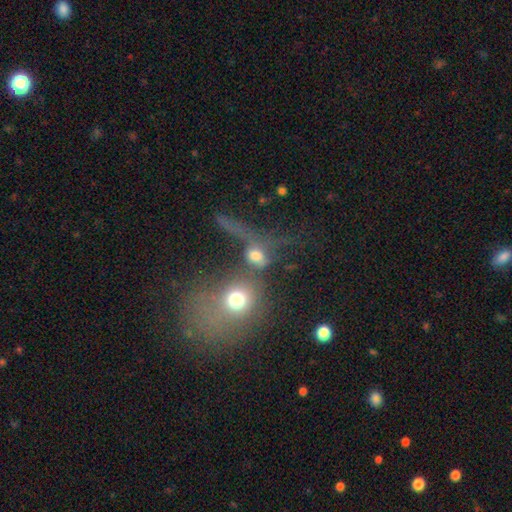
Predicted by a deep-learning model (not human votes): A smooth galaxy with no disk features (55%) that is round (60%).

Vote fractions:
- Smooth or featured? smooth: 55% / featured or disk: 26% / star or artifact: 19%
- How rounded? round: 60% / in between: 34% / cigar-shaped: 6%
- Merging? merger: 52% / major disturbance: 20% / none: 19% / minor disturbance: 9%